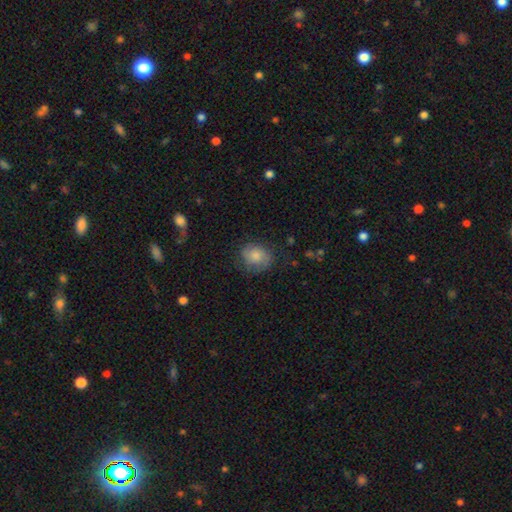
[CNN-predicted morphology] Smooth or featured? Predicted: smooth (p=0.72). How rounded? Predicted: round (p=0.59). Merging? Predicted: none (p=0.67).